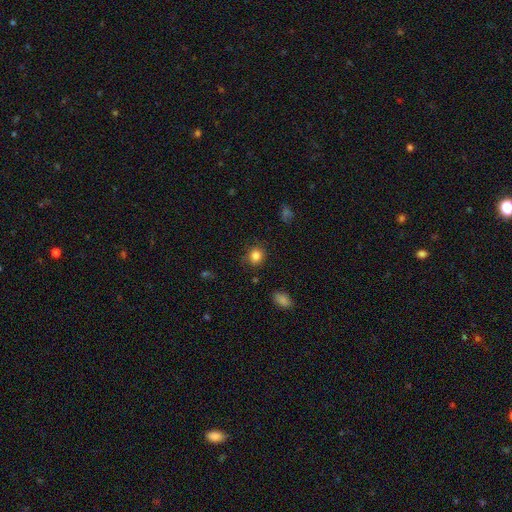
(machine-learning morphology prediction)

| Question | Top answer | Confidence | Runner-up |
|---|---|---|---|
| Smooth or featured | smooth | 85% | star or artifact (10%) |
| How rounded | round | 74% | in between (25%) |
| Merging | none | 82% | minor disturbance (13%) |